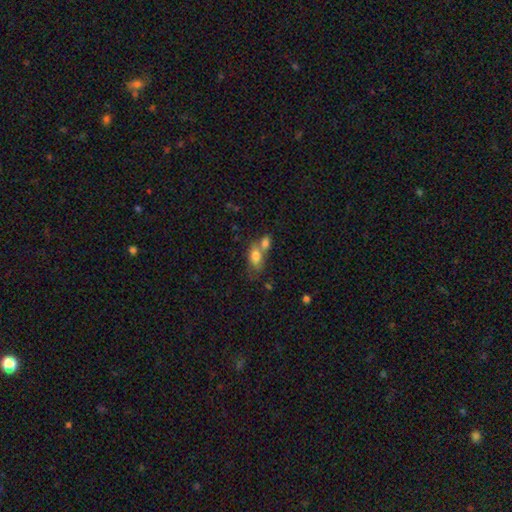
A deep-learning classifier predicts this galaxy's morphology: A smooth galaxy with no disk features (76%) that is in between round and cigar-shaped (82%).

Vote fractions:
- Smooth or featured? smooth: 76% / featured or disk: 16% / star or artifact: 9%
- How rounded? in between: 82% / round: 12% / cigar-shaped: 6%
- Merging? merger: 55% / none: 29% / minor disturbance: 11% / major disturbance: 6%